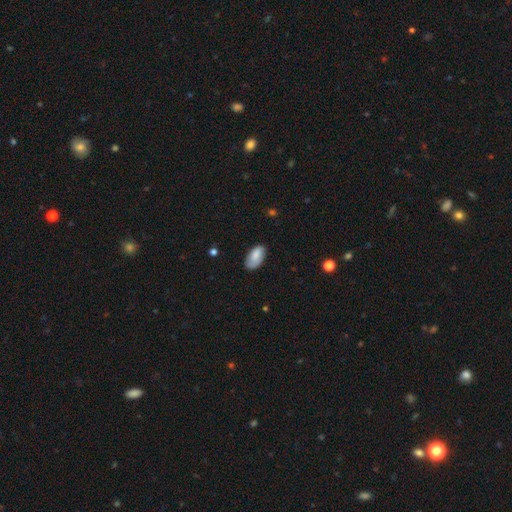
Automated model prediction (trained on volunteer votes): A smooth galaxy with no disk features (76%) that is in between round and cigar-shaped (94%). Merging: none (68%).